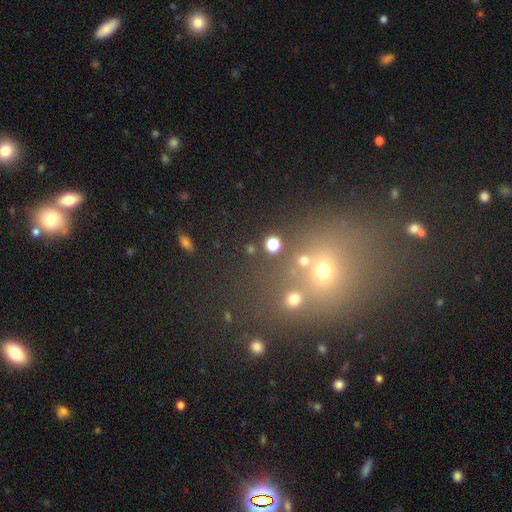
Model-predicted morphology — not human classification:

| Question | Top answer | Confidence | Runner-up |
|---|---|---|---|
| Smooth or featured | star or artifact | 45% | smooth (41%) |